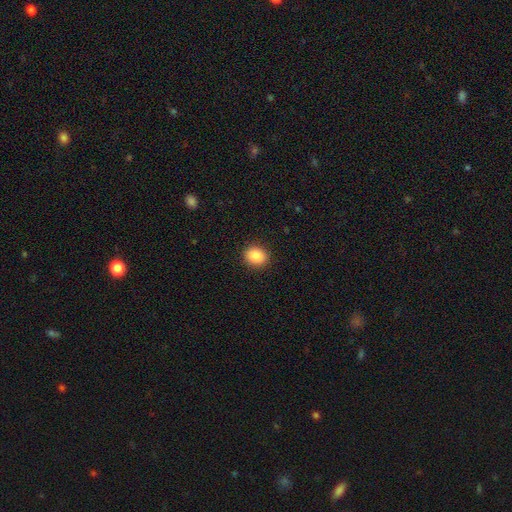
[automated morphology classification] Smooth or featured? Predicted: smooth (p=0.86). How rounded? Predicted: round (p=0.65). Merging? Predicted: none (p=0.91).